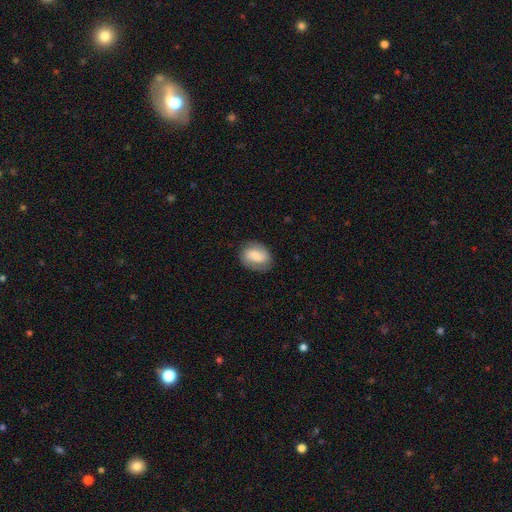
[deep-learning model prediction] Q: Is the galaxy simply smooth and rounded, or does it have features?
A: smooth — 52%.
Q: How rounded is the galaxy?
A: in between — 60%.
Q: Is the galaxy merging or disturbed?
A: none — 79%.